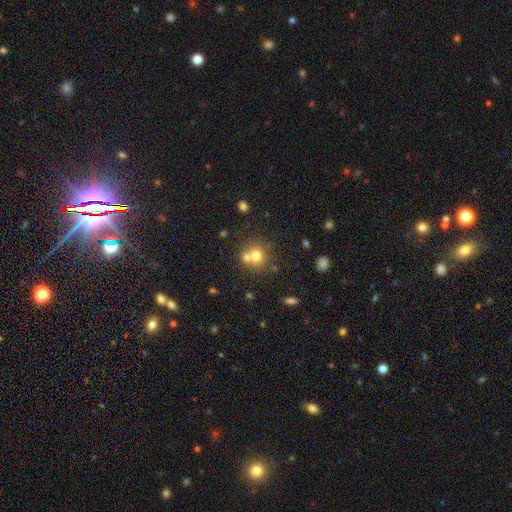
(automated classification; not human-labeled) Smooth or featured: smooth — 70% (featured or disk — 15%)
How rounded: round — 87% (in between — 12%)
Merging: none — 51% (merger — 38%)